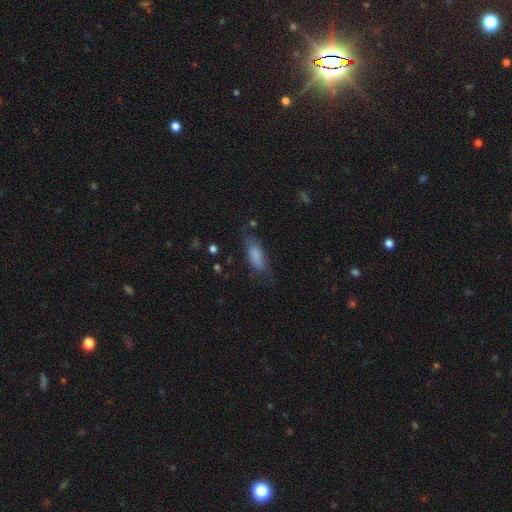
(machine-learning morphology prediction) This appears to be a smooth galaxy with no disk features (78%) that is in between round and cigar-shaped (67%). Merging: none (61%).